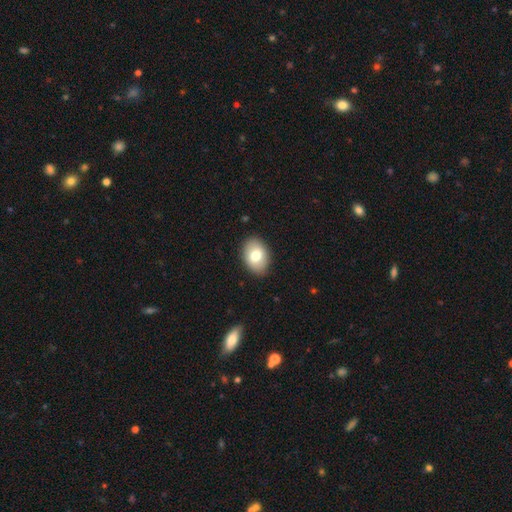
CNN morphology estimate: smooth_or_featured: smooth (p=0.77) [alt: featured or disk p=0.17]
how_rounded: in between (p=0.83) [alt: round p=0.16]
merging: none (p=0.88) [alt: minor disturbance p=0.09]